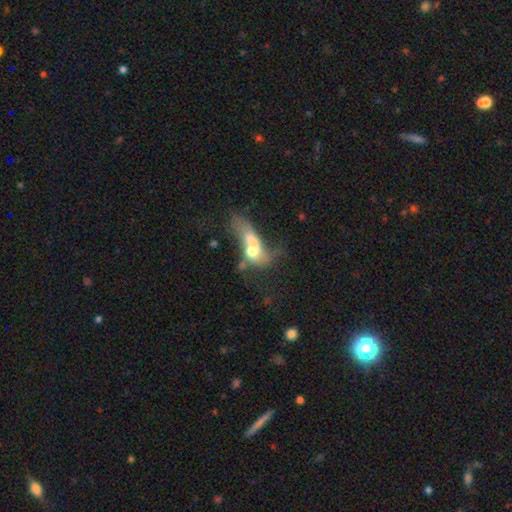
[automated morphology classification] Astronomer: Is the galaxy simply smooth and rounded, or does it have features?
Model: smooth — 49% (runner-up: featured or disk, 40%).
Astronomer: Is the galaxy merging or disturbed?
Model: merger — 42% (runner-up: major disturbance, 33%).